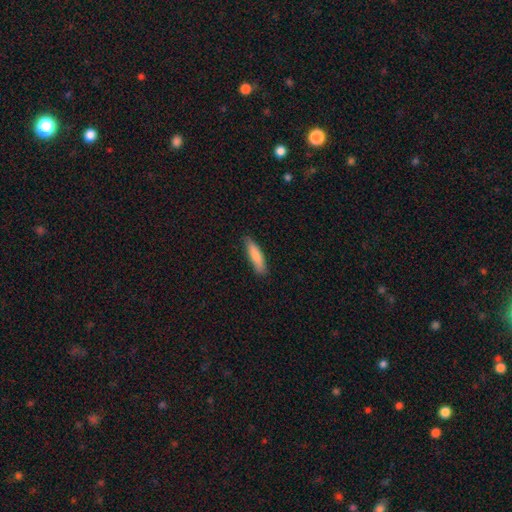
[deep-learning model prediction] This is clearly a smooth galaxy (84%). How rounded: likely cigar-shaped (74%). Merging: clearly none (84%).